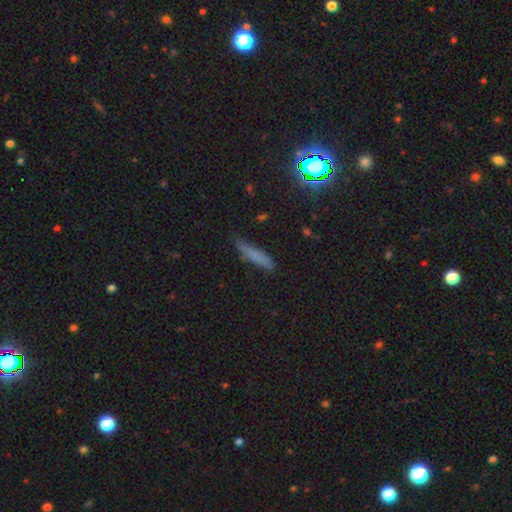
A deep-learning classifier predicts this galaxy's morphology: A smooth galaxy with no disk features (70%) that is cigar-shaped (84%).

Vote fractions:
- Smooth or featured? smooth: 70% / featured or disk: 17% / star or artifact: 14%
- How rounded? cigar-shaped: 84% / in between: 14% / round: 2%
- Merging? none: 72% / minor disturbance: 22% / major disturbance: 4% / merger: 2%